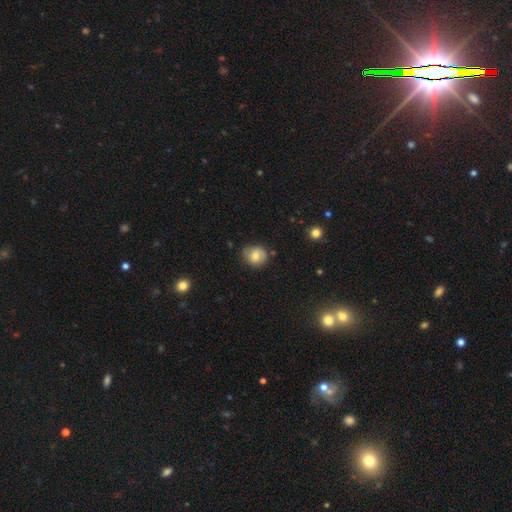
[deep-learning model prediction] smooth 73%, featured or disk 18%, star or artifact 10%. Down the decision tree: how rounded — round (74%); merging — none (67%).